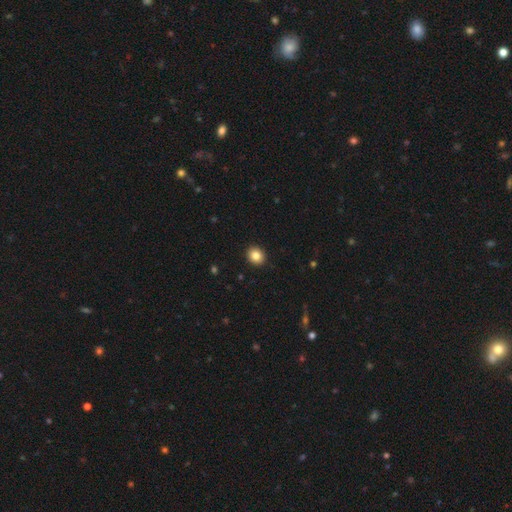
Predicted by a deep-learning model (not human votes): Q: Smooth or featured?
A: smooth (84%); runner-up: star or artifact (10%)
Q: How rounded?
A: round (75%); runner-up: in between (24%)
Q: Merging?
A: none (92%); runner-up: minor disturbance (5%)